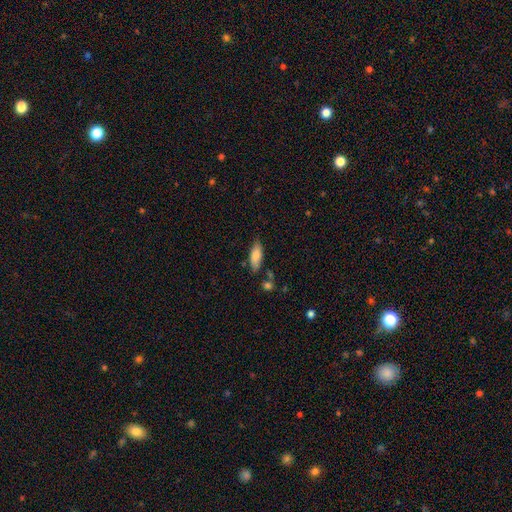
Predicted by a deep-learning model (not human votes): A smooth galaxy with no disk features (81%) that is in between round and cigar-shaped (70%).

Vote fractions:
- Smooth or featured? smooth: 81% / featured or disk: 13% / star or artifact: 6%
- How rounded? in between: 70% / cigar-shaped: 28% / round: 2%
- Merging? none: 74% / minor disturbance: 17% / merger: 5% / major disturbance: 4%